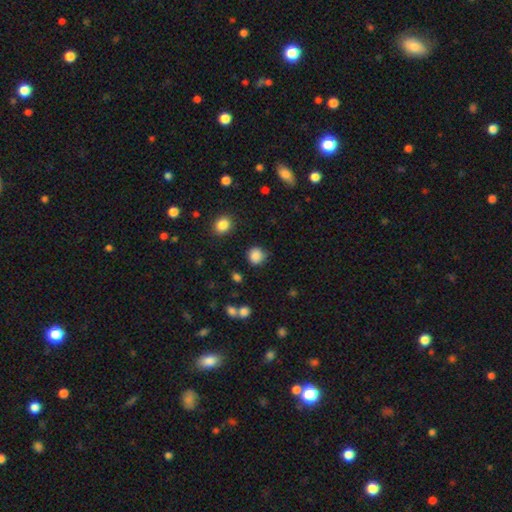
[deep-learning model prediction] smooth-or-featured: smooth: 86% | star or artifact: 10% | featured or disk: 4%
  how-rounded: round: 87% | in between: 12% | cigar-shaped: 1%
  merging: none: 79% | minor disturbance: 14% | major disturbance: 4% | merger: 3%